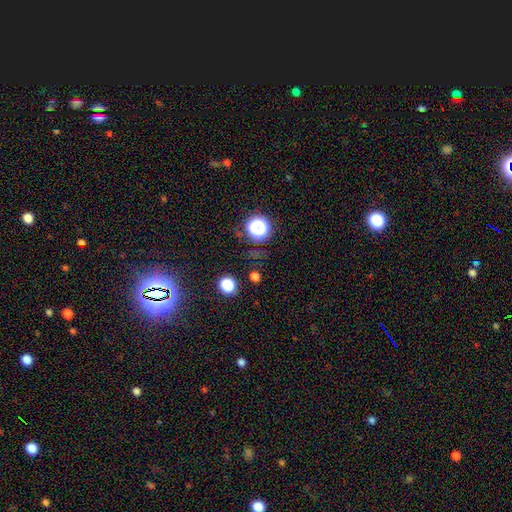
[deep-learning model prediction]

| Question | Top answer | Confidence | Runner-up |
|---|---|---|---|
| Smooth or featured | star or artifact | 72% | smooth (19%) |